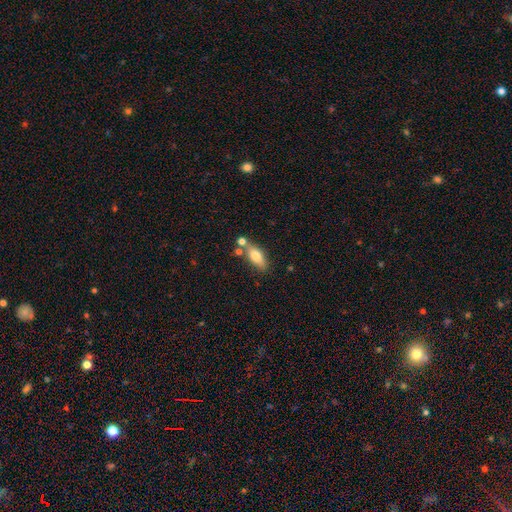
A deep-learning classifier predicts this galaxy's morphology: smooth 73%, featured or disk 20%, star or artifact 8%. Down the decision tree: how rounded — in between (76%); merging — none (60%).